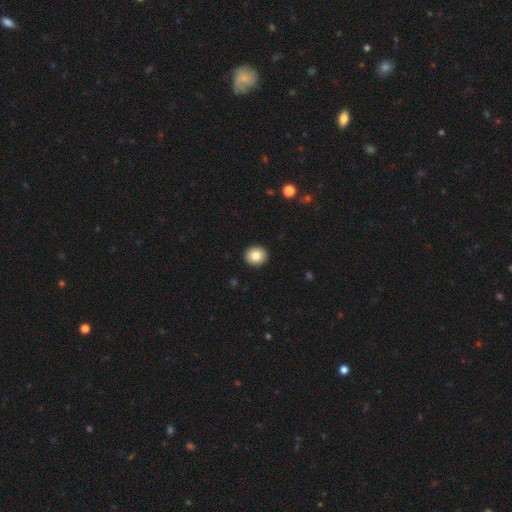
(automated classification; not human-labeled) Smooth or featured? smooth (83%)
How rounded? round (87%)
Merging? none (93%)